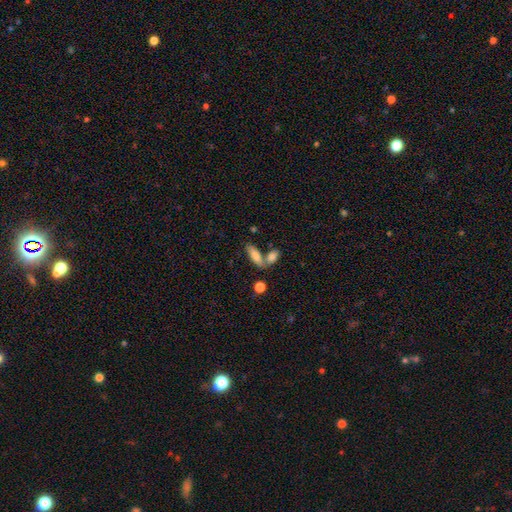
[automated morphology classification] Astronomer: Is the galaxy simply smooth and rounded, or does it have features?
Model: smooth — 76%.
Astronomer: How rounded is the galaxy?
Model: in between — 65%.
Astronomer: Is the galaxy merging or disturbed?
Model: none — 46% (runner-up: merger, 39%).